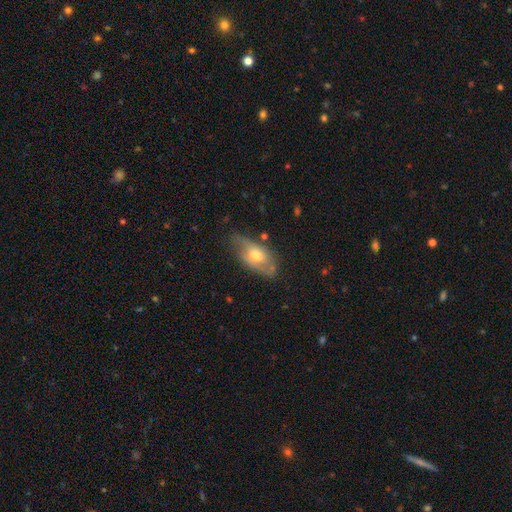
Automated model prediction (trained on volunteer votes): The model was most divided on "smooth or featured": smooth: 48%, featured or disk: 45%, star or artifact: 6%. More confident: merging — none (65%).